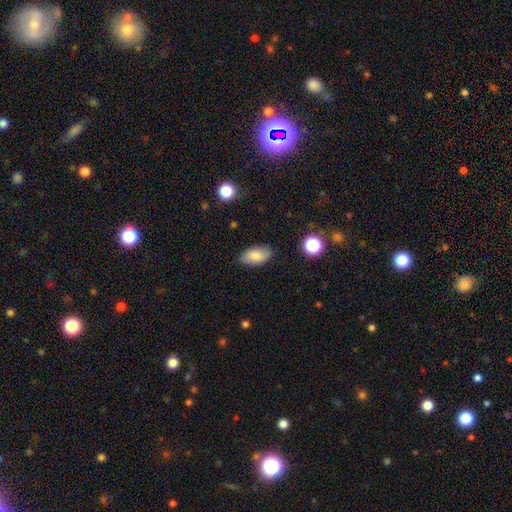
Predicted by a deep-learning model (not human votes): Overall: smooth (80%). How rounded: in between (92%). Merging: none (82%).